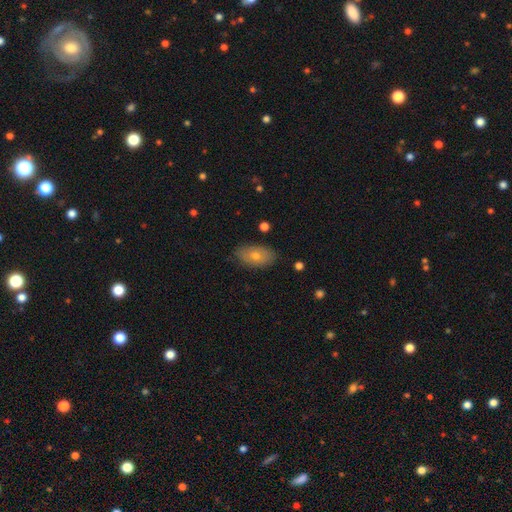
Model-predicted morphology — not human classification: Q: Smooth or featured?
A: smooth (68%); runner-up: featured or disk (22%)
Q: How rounded?
A: in between (91%); runner-up: round (6%)
Q: Merging?
A: none (85%); runner-up: minor disturbance (11%)